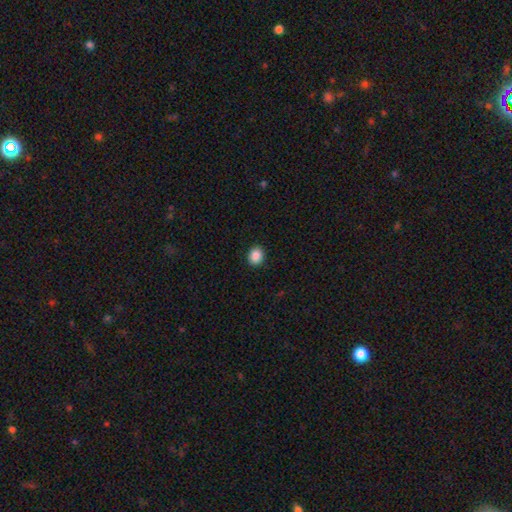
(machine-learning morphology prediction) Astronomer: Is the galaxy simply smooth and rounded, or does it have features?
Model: smooth — 89%.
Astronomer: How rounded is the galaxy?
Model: round — 59% (runner-up: in between, 40%).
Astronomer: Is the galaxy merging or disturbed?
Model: none — 91%.